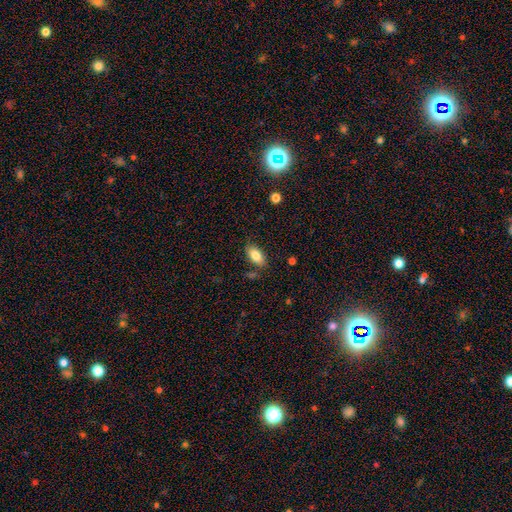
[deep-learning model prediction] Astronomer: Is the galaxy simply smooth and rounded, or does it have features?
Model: smooth — 82%.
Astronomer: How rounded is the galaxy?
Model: in between — 91%.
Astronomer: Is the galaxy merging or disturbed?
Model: none — 80%.